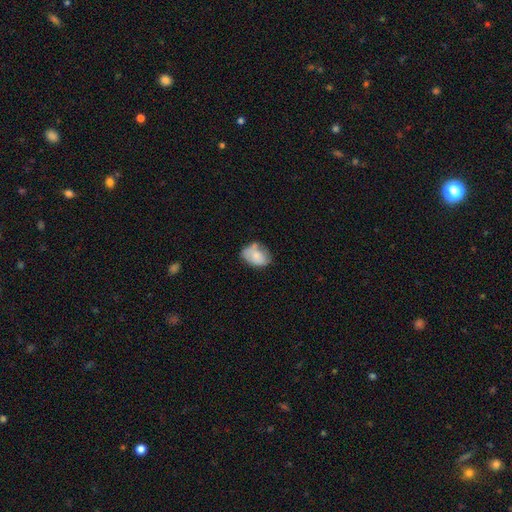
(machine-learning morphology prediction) smooth 73%, featured or disk 19%, star or artifact 7%. Down the decision tree: how rounded — in between (80%); merging — none (51%).